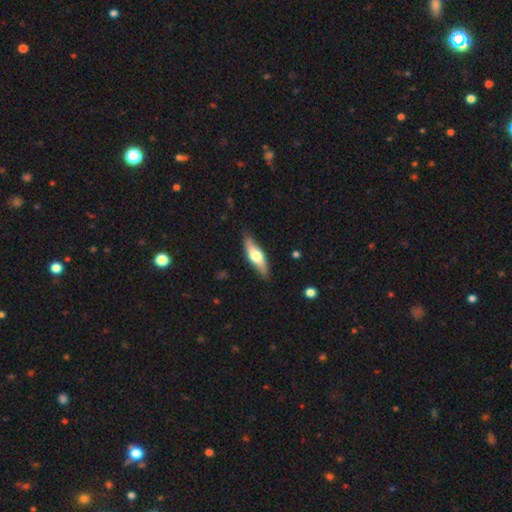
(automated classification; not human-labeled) Morphology: type=smooth (53%); roundness=cigar-shaped (49%); merging=none (83%).